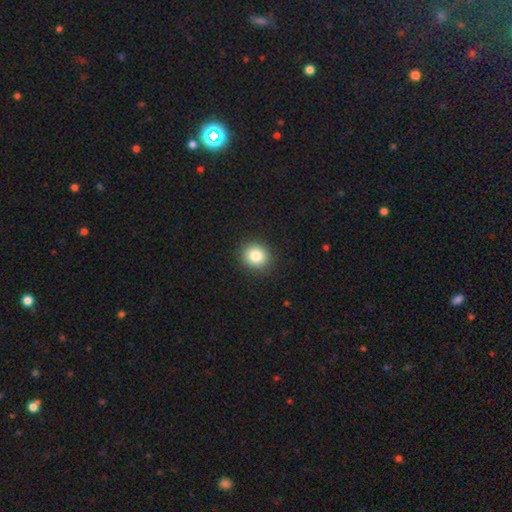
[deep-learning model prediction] smooth_or_featured: smooth (p=0.84) [alt: star or artifact p=0.10]
how_rounded: round (p=0.84) [alt: in between p=0.15]
merging: none (p=0.90) [alt: minor disturbance p=0.07]